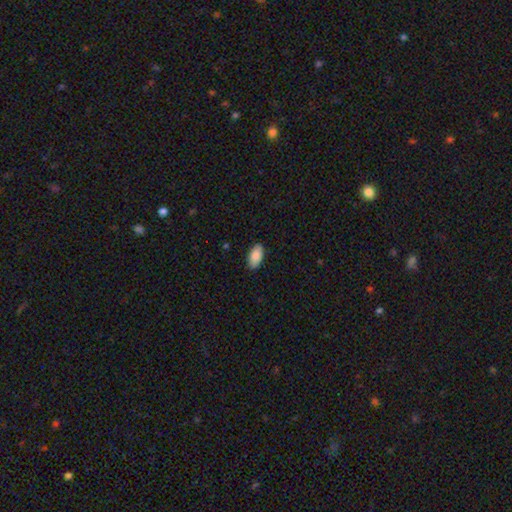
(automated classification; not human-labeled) smooth-or-featured: smooth: 88% | star or artifact: 6% | featured or disk: 6%
  how-rounded: in between: 94% | cigar-shaped: 4% | round: 2%
  merging: none: 89% | minor disturbance: 9% | major disturbance: 2% | merger: 1%